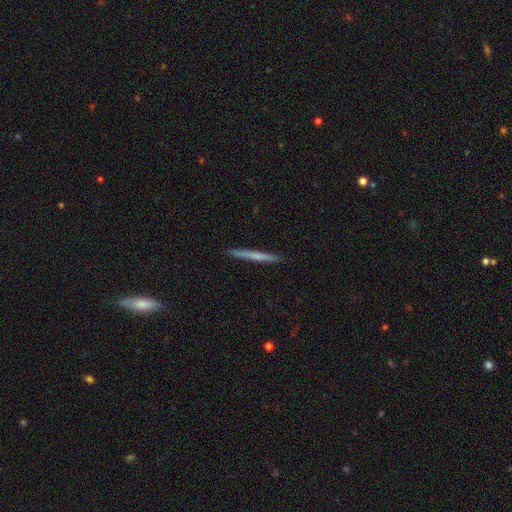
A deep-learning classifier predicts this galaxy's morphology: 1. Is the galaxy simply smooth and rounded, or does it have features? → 57% smooth, 38% featured or disk, 5% star or artifact.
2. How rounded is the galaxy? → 97% cigar-shaped, 2% in between, 1% round.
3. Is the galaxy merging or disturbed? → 92% none, 5% minor disturbance, 1% major disturbance, 1% merger.